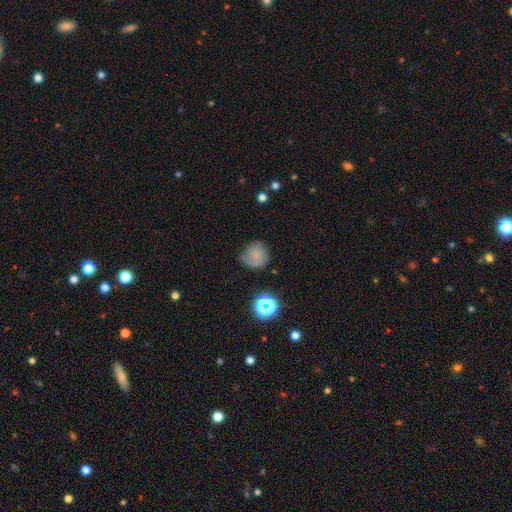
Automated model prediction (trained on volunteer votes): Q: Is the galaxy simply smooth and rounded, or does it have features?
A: smooth — 65%.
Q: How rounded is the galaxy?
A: round — 86%.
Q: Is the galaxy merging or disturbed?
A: none — 65%.